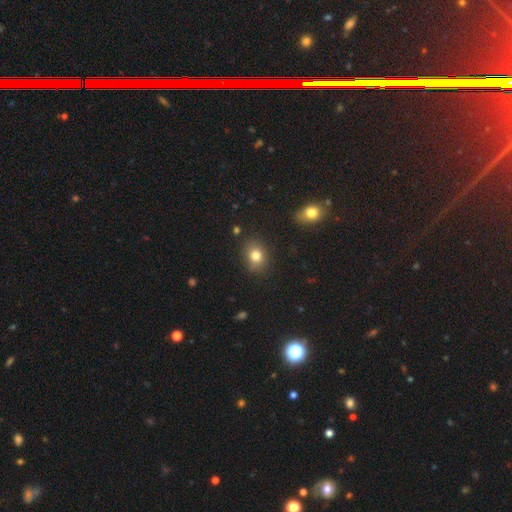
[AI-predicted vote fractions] Smooth or featured? Predicted: smooth (p=0.80). How rounded? Predicted: round (p=0.54). Merging? Predicted: none (p=0.82).